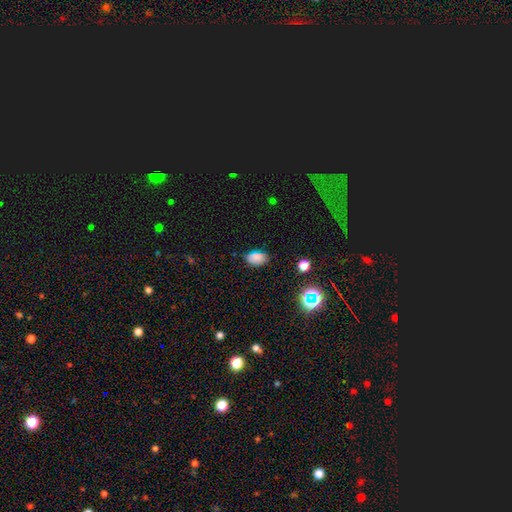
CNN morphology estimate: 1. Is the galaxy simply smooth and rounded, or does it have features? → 75% smooth, 18% star or artifact, 7% featured or disk.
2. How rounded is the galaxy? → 88% in between, 10% round, 2% cigar-shaped.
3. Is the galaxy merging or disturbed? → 78% none, 16% minor disturbance, 4% major disturbance, 2% merger.